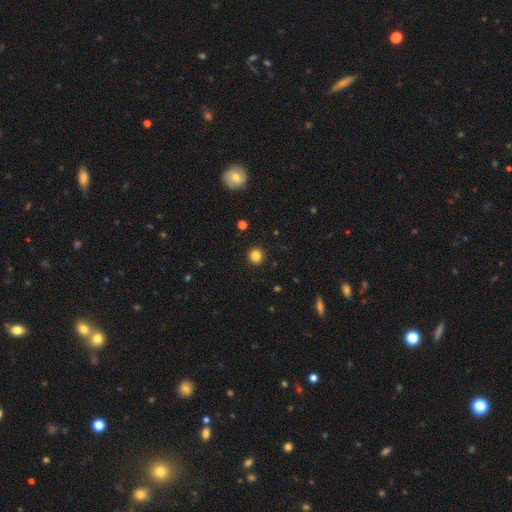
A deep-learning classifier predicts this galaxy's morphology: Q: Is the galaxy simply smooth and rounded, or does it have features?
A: smooth — 84%.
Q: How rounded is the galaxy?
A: round — 94%.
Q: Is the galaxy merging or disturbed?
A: none — 93%.